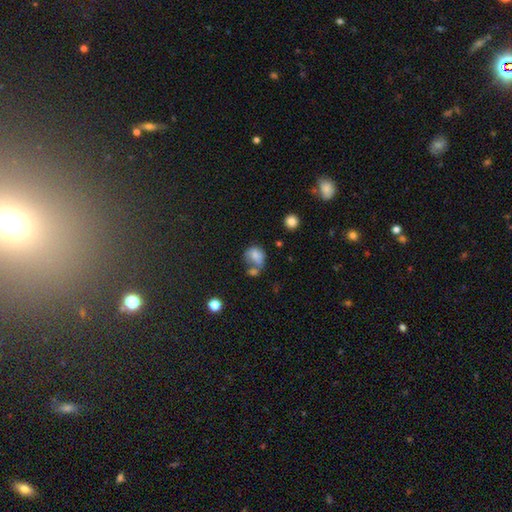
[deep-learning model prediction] smooth 71%, featured or disk 18%, star or artifact 11%. Down the decision tree: how rounded — round (54%); merging — merger (40%).